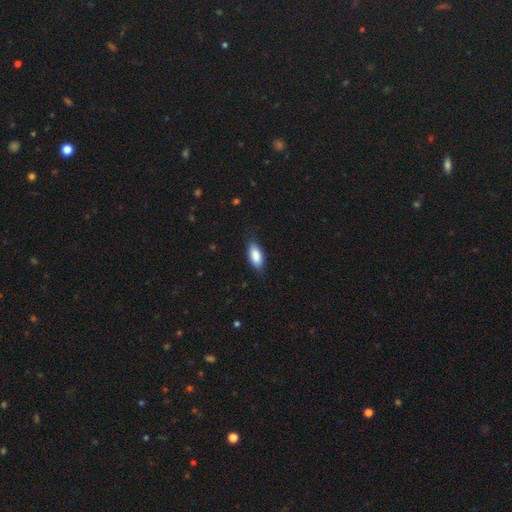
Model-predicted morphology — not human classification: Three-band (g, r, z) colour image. It shows a smooth galaxy with no disk features (85%) that is in between round and cigar-shaped (85%). Merging: none (80%).